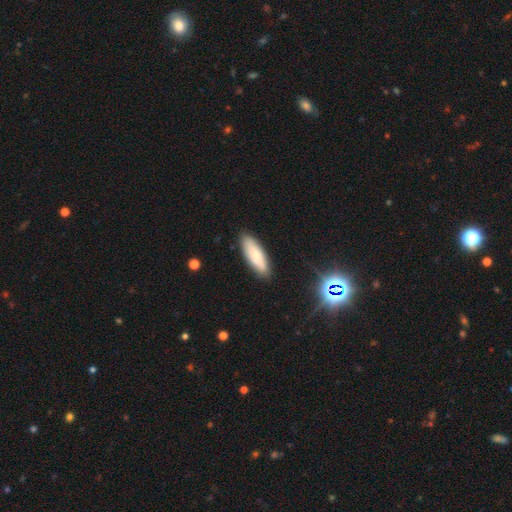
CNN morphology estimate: Smooth or featured? smooth (77%)
How rounded? in between (60%)
Merging? none (86%)